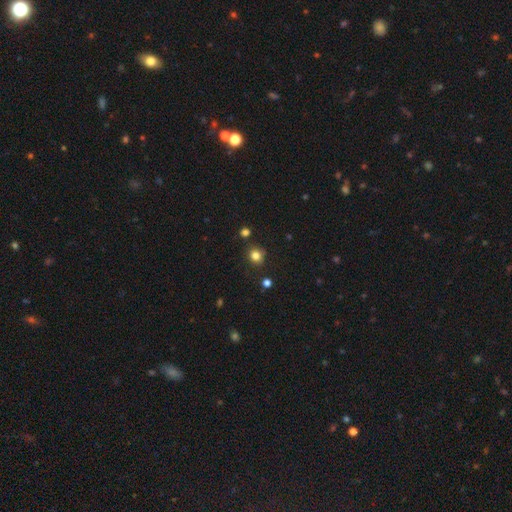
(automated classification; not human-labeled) This appears to be a smooth galaxy with no disk features (81%) that is round (83%). Merging: none (84%).